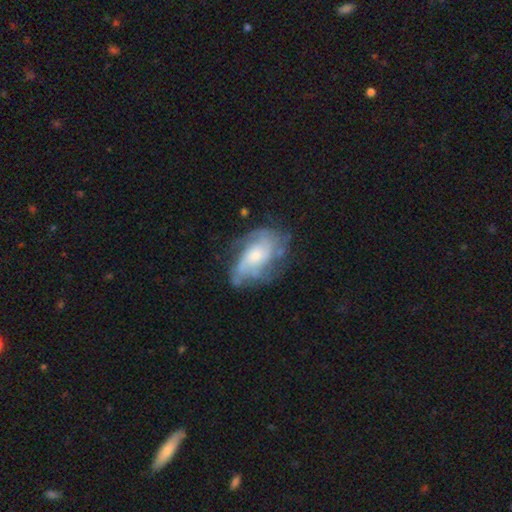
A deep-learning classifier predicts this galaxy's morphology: The model was most divided on "bulge size": moderate: 43%, small: 41%, large: 10%, none: 5%, dominant: 2%. Remaining: edge-on disk — no (96%); spiral arms — yes (85%); smooth or featured — featured or disk (74%); bar — no (69%); merging — none (57%); spiral winding — medium (42%); spiral arm count — can't tell (36%).